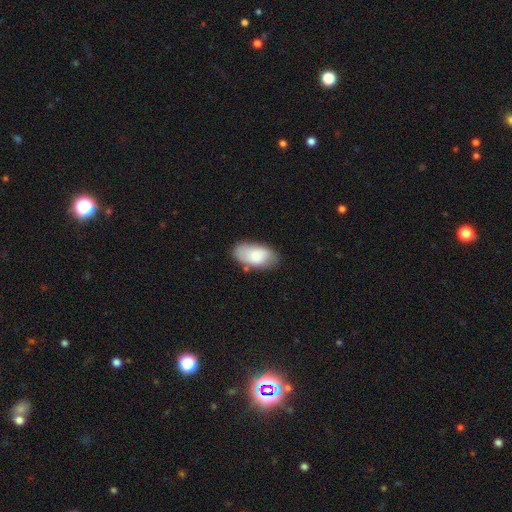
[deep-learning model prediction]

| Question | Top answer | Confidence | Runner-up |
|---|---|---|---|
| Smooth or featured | smooth | 76% | featured or disk (18%) |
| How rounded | in between | 94% | round (3%) |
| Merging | none | 73% | minor disturbance (20%) |